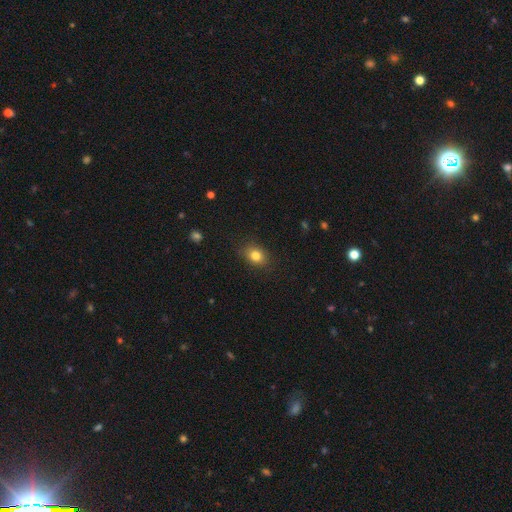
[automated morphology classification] The model was most divided on "how rounded": in between: 57%, round: 42%, cigar-shaped: 1%. More confident: merging — none (84%); smooth or featured — smooth (82%).